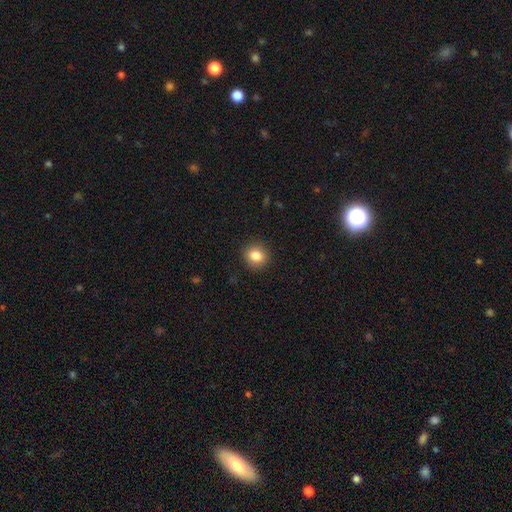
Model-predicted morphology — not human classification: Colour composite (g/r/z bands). It shows a smooth galaxy with no disk features (84%) that is round (82%). Merging: none (91%).